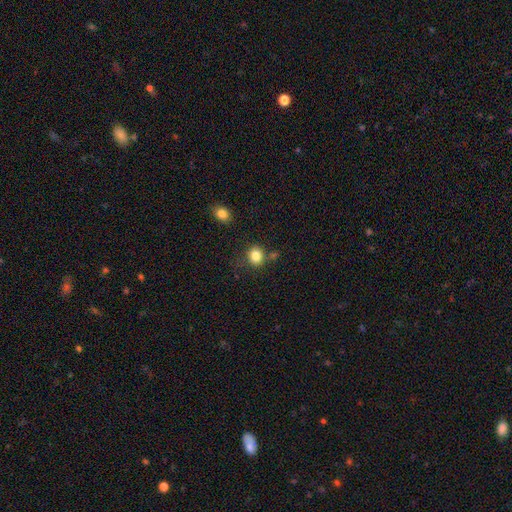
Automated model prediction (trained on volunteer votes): Overall: smooth (84%). How rounded: round (76%). Merging: none (72%).